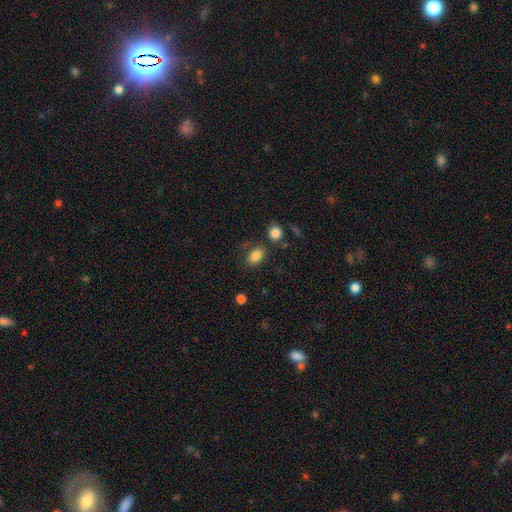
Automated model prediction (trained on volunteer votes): This is clearly a smooth galaxy (85%). How rounded: likely in between (77%). Merging: likely none (72%).